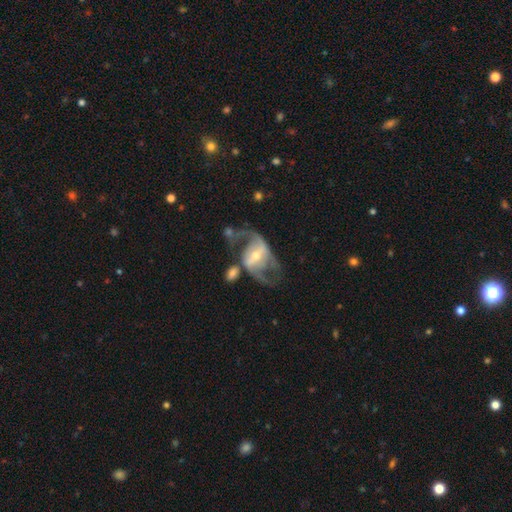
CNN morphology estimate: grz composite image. It shows a featured or disk galaxy (86%) with a strong bar (46%), 2 (86%) loose (51%) spiral arms (91%) and a moderate central bulge (48%). Merging: none (46%).